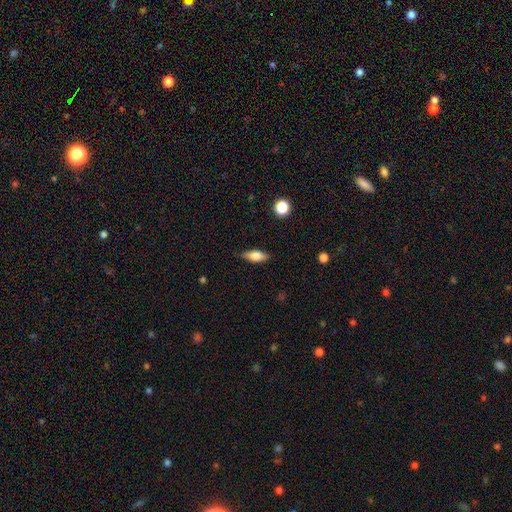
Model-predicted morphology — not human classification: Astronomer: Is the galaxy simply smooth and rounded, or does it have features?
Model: smooth — 74%.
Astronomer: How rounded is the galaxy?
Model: in between — 75%.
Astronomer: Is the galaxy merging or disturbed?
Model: none — 83%.